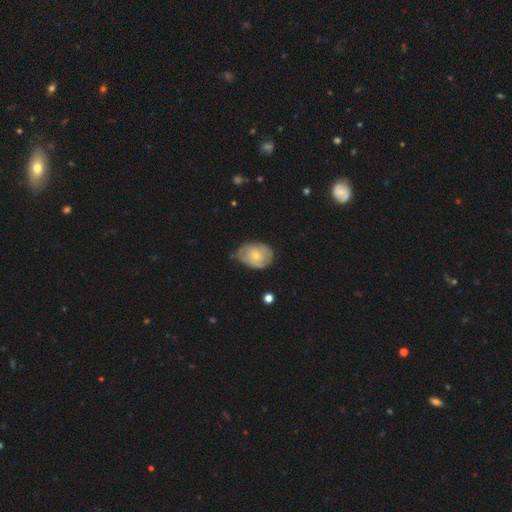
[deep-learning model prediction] Smooth or featured?
  - featured or disk: 52% *
  - smooth: 42%
  - star or artifact: 6%
Edge-on disk?
  - no: 96% *
  - yes: 4%
Merging?
  - none: 51% *
  - minor disturbance: 38%
  - major disturbance: 9%
  - merger: 2%